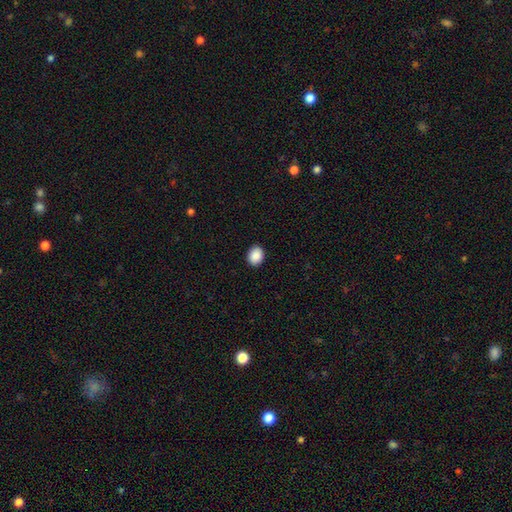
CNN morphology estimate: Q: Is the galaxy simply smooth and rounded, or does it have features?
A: smooth — 89%.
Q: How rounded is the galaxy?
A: in between — 53%.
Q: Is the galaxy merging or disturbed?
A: none — 91%.